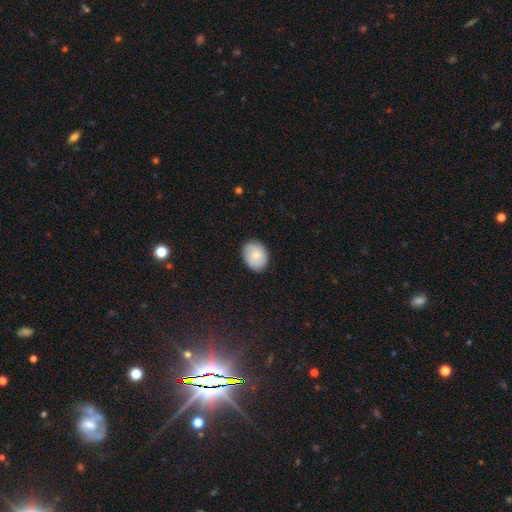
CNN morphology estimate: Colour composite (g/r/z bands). It shows a smooth galaxy with no disk features (77%) that is in between round and cigar-shaped (54%). Merging: none (85%).